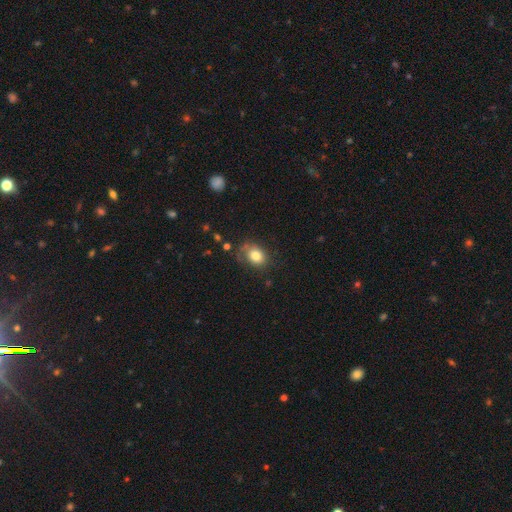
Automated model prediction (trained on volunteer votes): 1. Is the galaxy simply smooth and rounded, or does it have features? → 79% smooth, 11% featured or disk, 10% star or artifact.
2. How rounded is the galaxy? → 56% in between, 43% round, 1% cigar-shaped.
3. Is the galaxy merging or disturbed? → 65% none, 23% minor disturbance, 9% major disturbance, 3% merger.